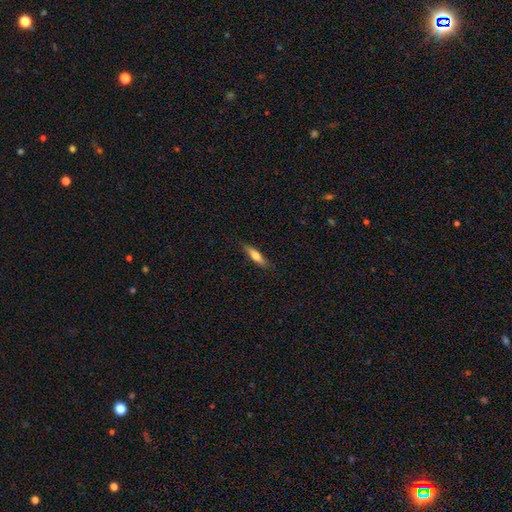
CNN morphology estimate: Smooth or featured: smooth — 61% (featured or disk — 33%)
How rounded: cigar-shaped — 75% (in between — 23%)
Merging: none — 87% (minor disturbance — 10%)